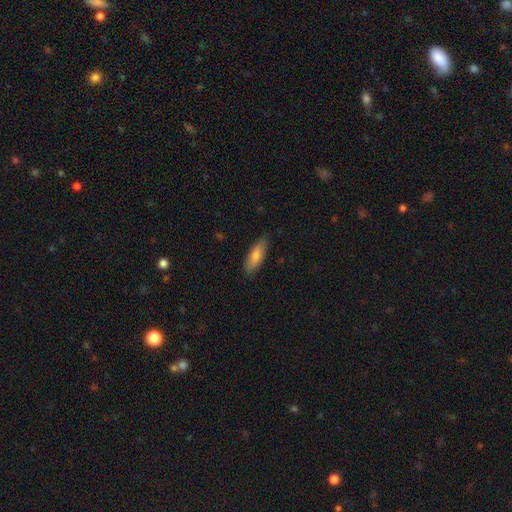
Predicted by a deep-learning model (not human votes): smooth_or_featured: smooth (p=0.78) [alt: featured or disk p=0.16]
how_rounded: in between (p=0.70) [alt: cigar-shaped p=0.28]
merging: none (p=0.83) [alt: minor disturbance p=0.14]